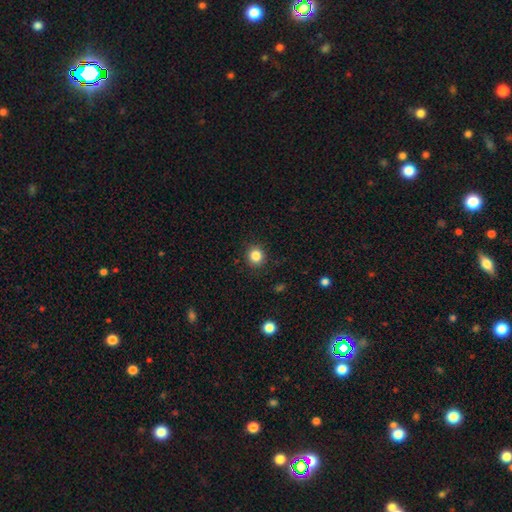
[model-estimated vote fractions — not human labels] Overall: smooth (84%). How rounded: round (90%). Merging: none (91%).